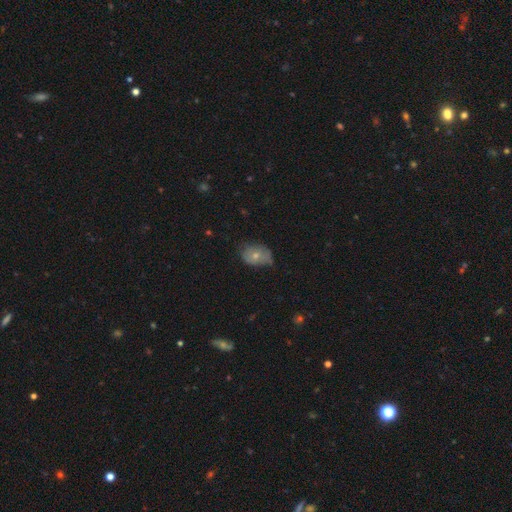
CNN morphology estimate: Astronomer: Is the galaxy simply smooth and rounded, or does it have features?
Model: smooth — 66%.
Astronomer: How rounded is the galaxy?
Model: in between — 75%.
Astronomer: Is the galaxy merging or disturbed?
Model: none — 43% (runner-up: minor disturbance, 40%).